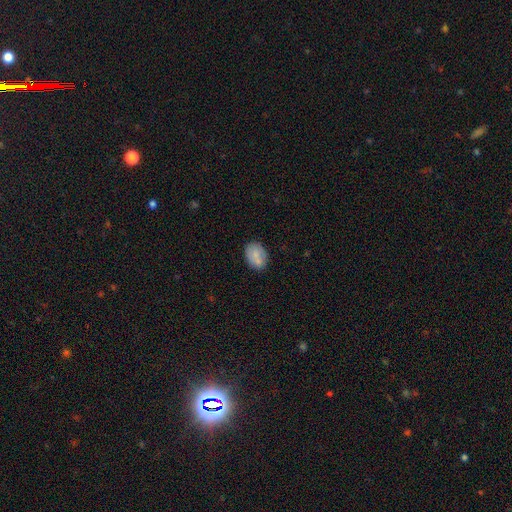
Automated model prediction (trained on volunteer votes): Q: Smooth or featured?
A: smooth (78%); runner-up: featured or disk (15%)
Q: How rounded?
A: in between (74%); runner-up: round (24%)
Q: Merging?
A: none (71%); runner-up: minor disturbance (16%)